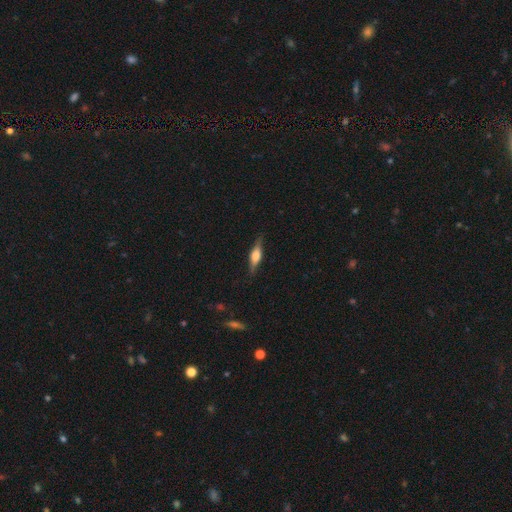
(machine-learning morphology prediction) The model was most divided on "smooth or featured": featured or disk: 63%, smooth: 30%, star or artifact: 7%. More confident: edge-on disk — yes (96%); merging — none (85%); edge-on bulge — rounded (85%).